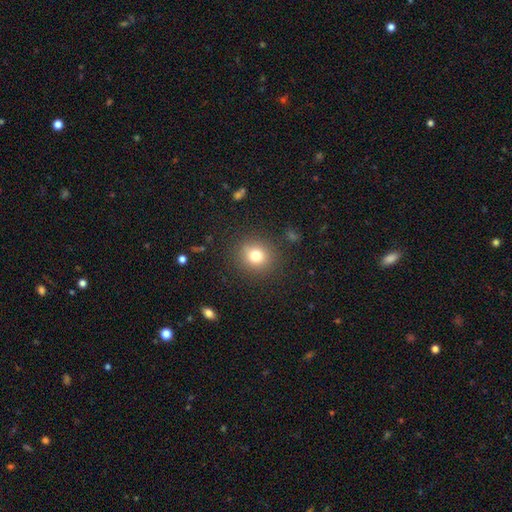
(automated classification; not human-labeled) This appears to be a smooth galaxy with no disk features (78%) that is round (83%). Merging: none (86%).